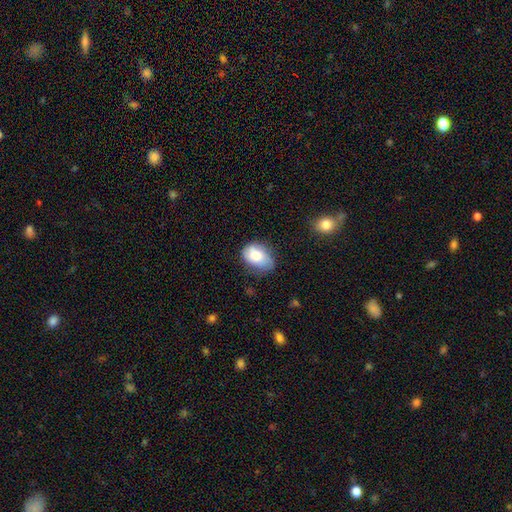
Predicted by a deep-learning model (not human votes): Smooth or featured?
  - smooth: 76% *
  - featured or disk: 16%
  - star or artifact: 7%
How rounded?
  - in between: 82% *
  - round: 17%
  - cigar-shaped: 1%
Merging?
  - none: 57% *
  - minor disturbance: 32%
  - major disturbance: 8%
  - merger: 2%